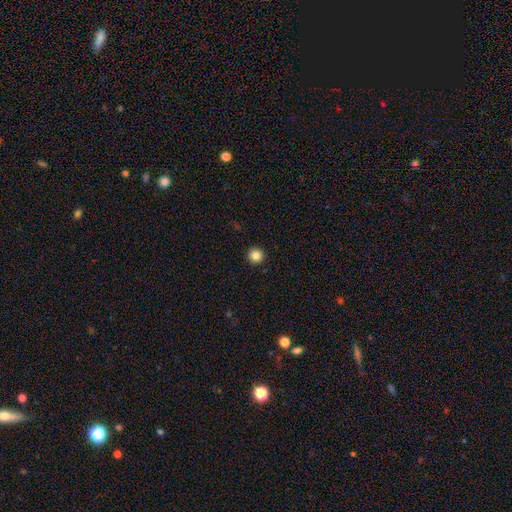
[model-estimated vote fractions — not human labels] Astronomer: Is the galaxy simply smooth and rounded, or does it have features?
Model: smooth — 84%.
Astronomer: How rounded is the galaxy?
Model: round — 95%.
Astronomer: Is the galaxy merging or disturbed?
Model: none — 94%.